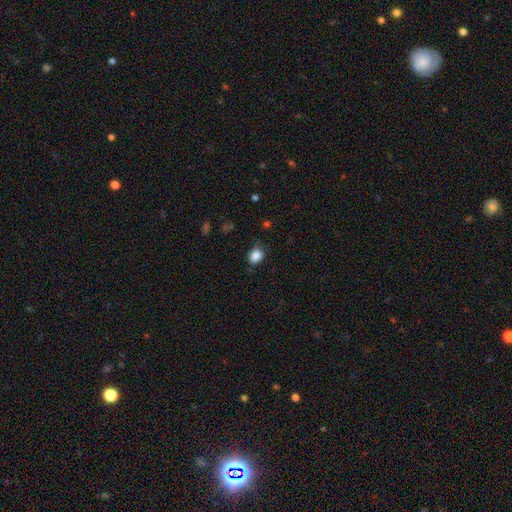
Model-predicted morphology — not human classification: Overall: smooth (85%). How rounded: round (54%; in between 45%). Merging: none (72%).